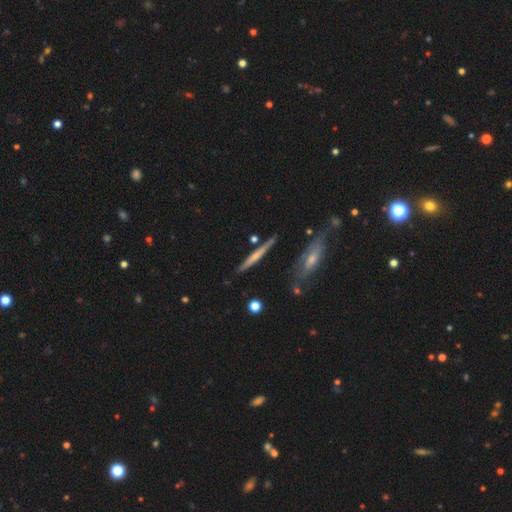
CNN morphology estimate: Q: Smooth or featured?
A: smooth (47%); tied with: featured or disk (47%)
Q: Merging?
A: none (83%); runner-up: minor disturbance (10%)